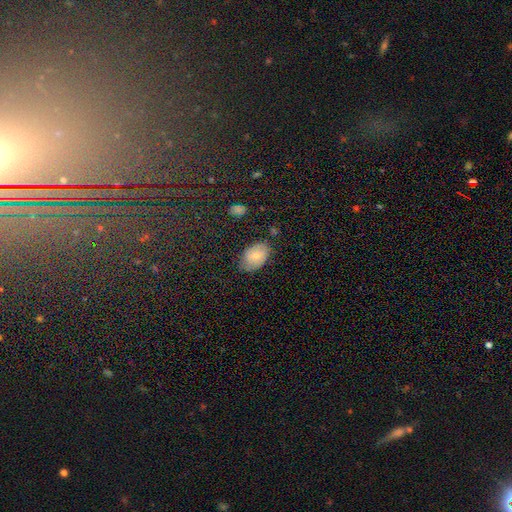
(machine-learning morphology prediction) Overall: smooth (63%; featured or disk 29%). How rounded: in between (87%). Merging: none (69%).